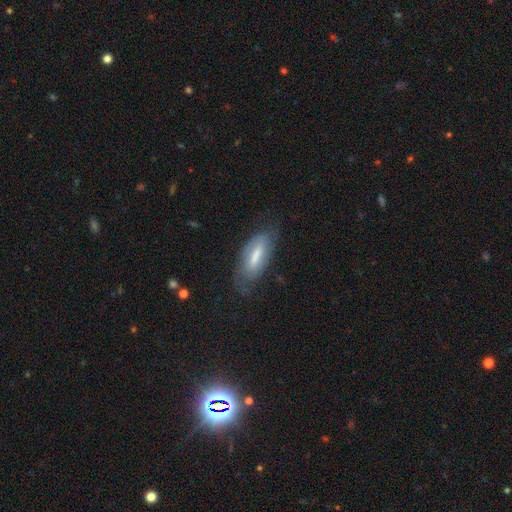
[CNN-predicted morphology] A featured or disk galaxy (47%).

Vote fractions:
- Smooth or featured? featured or disk: 47% / smooth: 44% / star or artifact: 8%
- Merging? none: 69% / minor disturbance: 21% / major disturbance: 8% / merger: 2%